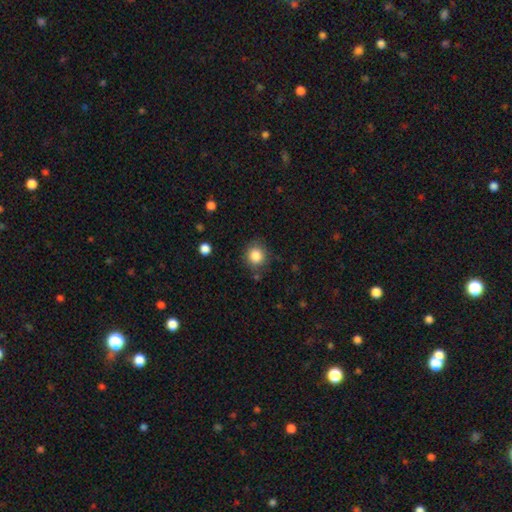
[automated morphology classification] Q: Smooth or featured?
A: smooth (85%); runner-up: star or artifact (10%)
Q: How rounded?
A: round (85%); runner-up: in between (14%)
Q: Merging?
A: none (82%); runner-up: minor disturbance (12%)